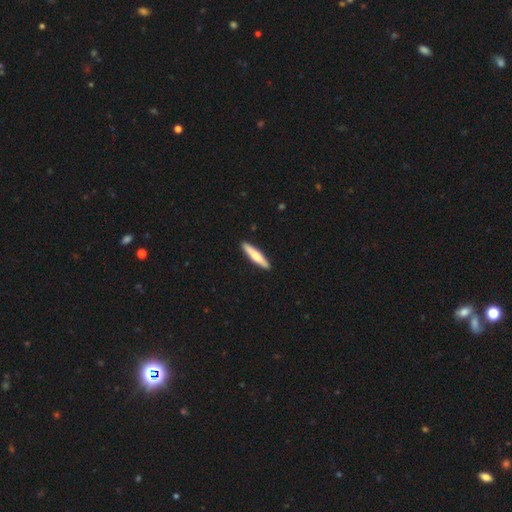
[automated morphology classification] Q: Smooth or featured?
A: smooth (62%); runner-up: featured or disk (33%)
Q: How rounded?
A: cigar-shaped (88%); runner-up: in between (11%)
Q: Merging?
A: none (92%); runner-up: minor disturbance (6%)